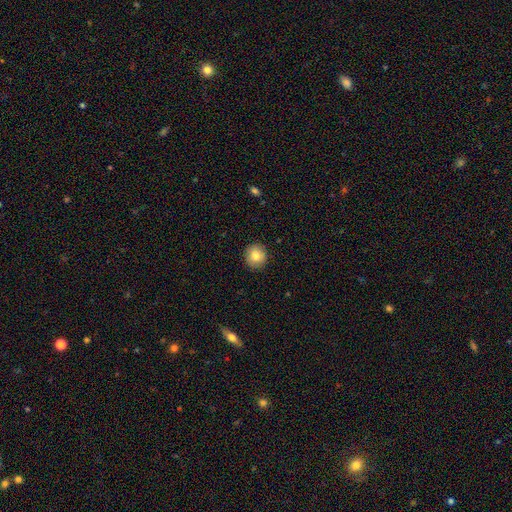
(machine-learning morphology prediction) Overall: smooth (82%). How rounded: round (91%). Merging: none (90%).